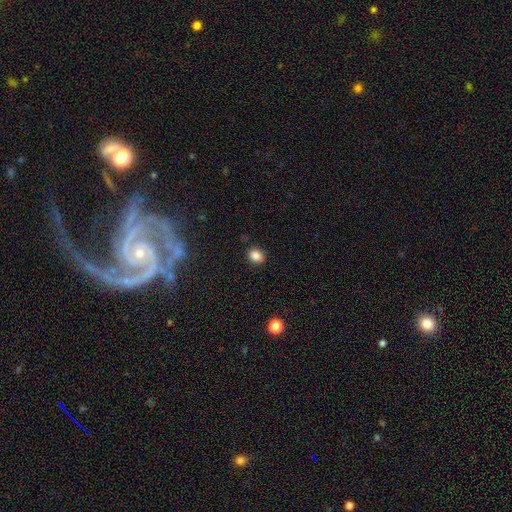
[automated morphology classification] smooth_or_featured: smooth (p=0.85) [alt: star or artifact p=0.11]
how_rounded: round (p=0.57) [alt: in between p=0.42]
merging: none (p=0.88) [alt: minor disturbance p=0.08]